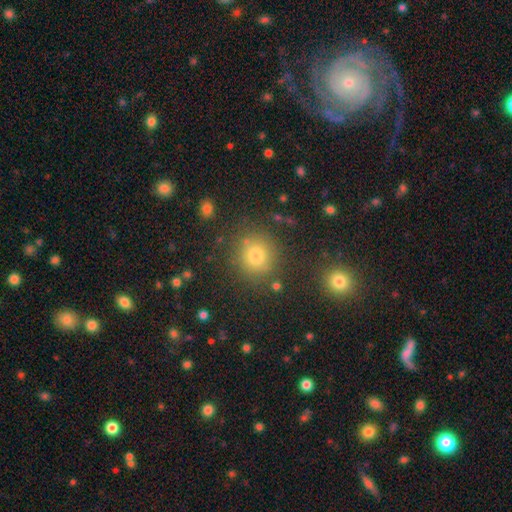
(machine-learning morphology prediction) The model was most divided on "smooth or featured": smooth: 72%, star or artifact: 20%, featured or disk: 7%. More confident: how rounded — round (88%); merging — none (85%).